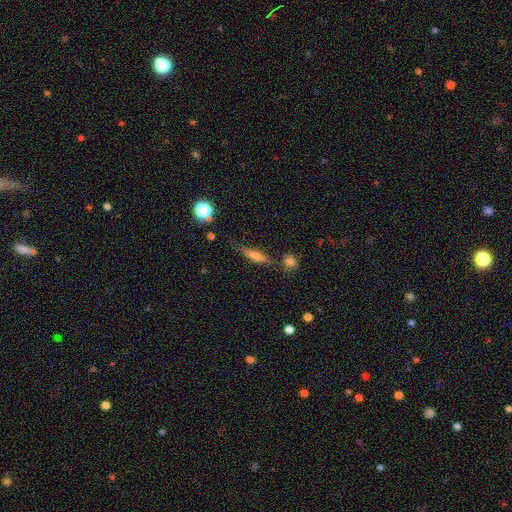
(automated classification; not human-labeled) smooth_or_featured: smooth (p=0.46) [alt: featured or disk p=0.43]
merging: none (p=0.68) [alt: minor disturbance p=0.18]